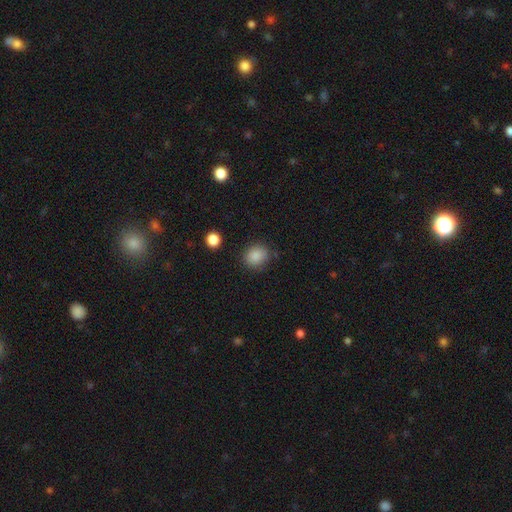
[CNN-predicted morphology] The model was most divided on "how rounded": round: 63%, in between: 36%, cigar-shaped: 1%. More confident: smooth or featured — smooth (87%); merging — none (81%).